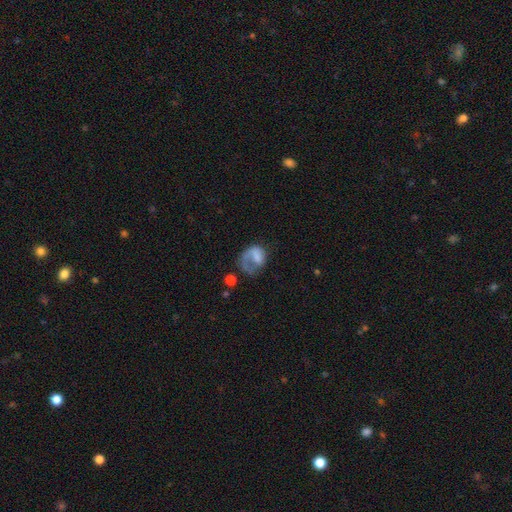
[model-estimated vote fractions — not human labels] A featured or disk galaxy (46%). Merging: major disturbance (50%).